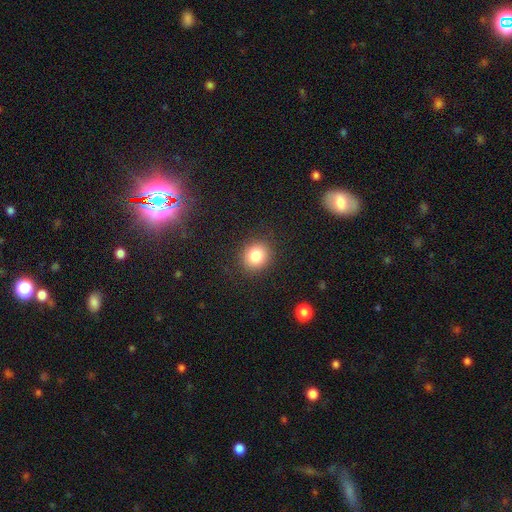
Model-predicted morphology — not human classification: type=smooth (82%); roundness=round (81%); merging=none (88%).